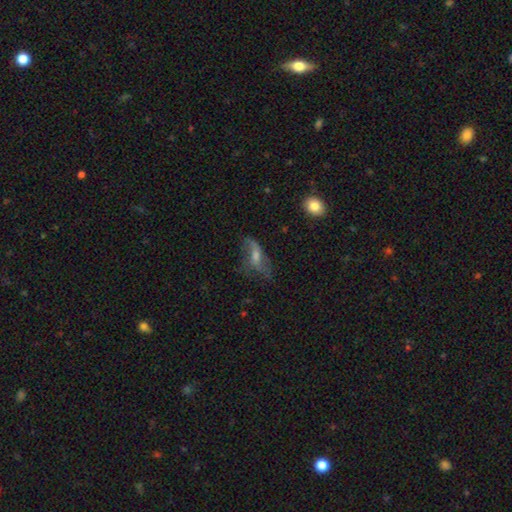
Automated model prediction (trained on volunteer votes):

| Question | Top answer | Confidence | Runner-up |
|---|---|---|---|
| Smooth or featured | featured or disk | 61% | smooth (28%) |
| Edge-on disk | no | 83% | yes (17%) |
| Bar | no | 47% | weak (37%) |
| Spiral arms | yes | 74% | no (26%) |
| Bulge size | small | 43% | moderate (41%) |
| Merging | none | 51% | minor disturbance (24%) |